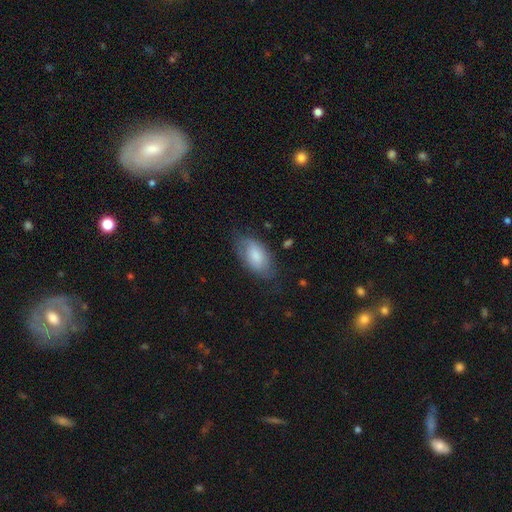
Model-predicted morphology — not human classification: Smooth or featured?
  - smooth: 71% *
  - featured or disk: 22%
  - star or artifact: 7%
How rounded?
  - in between: 93% *
  - round: 4%
  - cigar-shaped: 3%
Merging?
  - none: 63% *
  - minor disturbance: 27%
  - major disturbance: 9%
  - merger: 2%